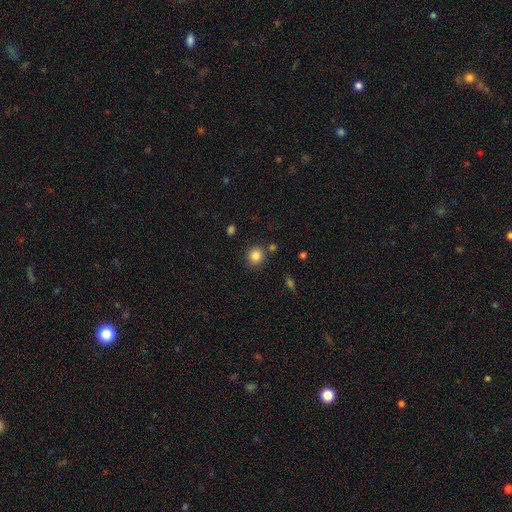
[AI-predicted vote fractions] Morphology: type=smooth (85%); roundness=round (90%); merging=none (83%).